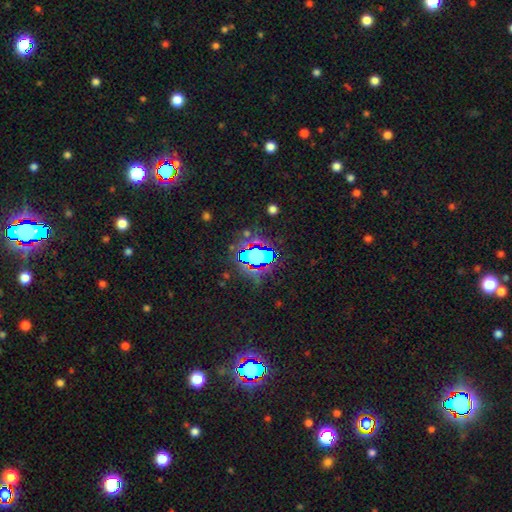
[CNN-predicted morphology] Q: Smooth or featured?
A: star or artifact (54%); runner-up: smooth (31%)